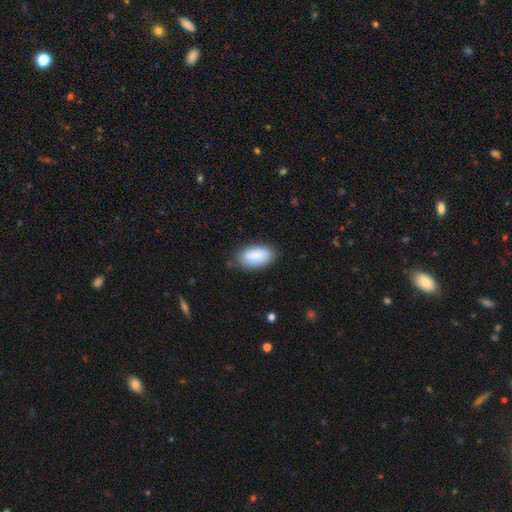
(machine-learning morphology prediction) This is clearly a smooth galaxy (86%). How rounded: clearly in between (94%). Merging: likely none (75%).